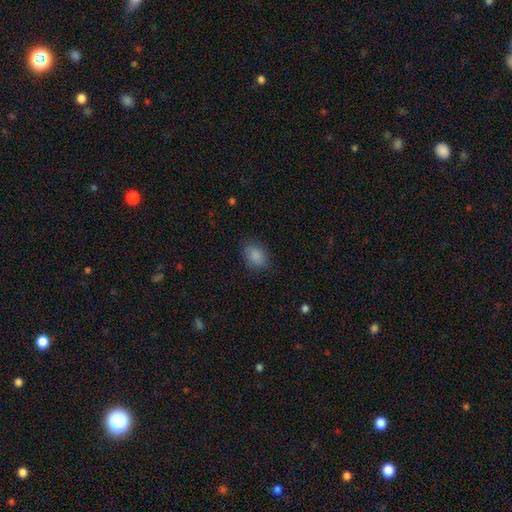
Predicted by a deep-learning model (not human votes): Smooth or featured?
  - smooth: 86% *
  - star or artifact: 8%
  - featured or disk: 6%
How rounded?
  - in between: 65% *
  - round: 34%
  - cigar-shaped: 1%
Merging?
  - none: 80% *
  - minor disturbance: 15%
  - major disturbance: 4%
  - merger: 1%